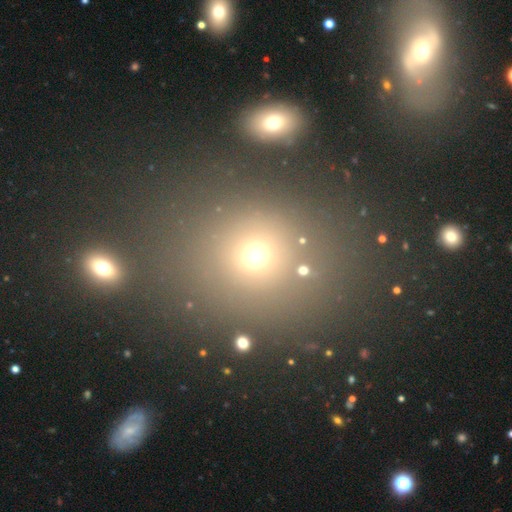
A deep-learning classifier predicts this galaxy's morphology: This is likely a smooth galaxy (62%). How rounded: likely round (74%). Merging: likely none (74%).